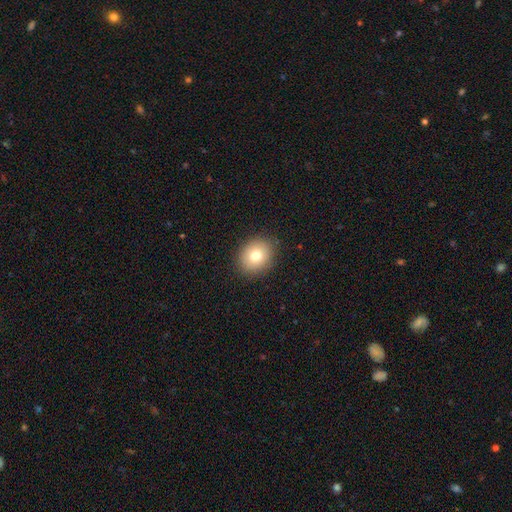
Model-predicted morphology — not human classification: A smooth galaxy with no disk features (77%) that is round (61%). Merging: none (88%).